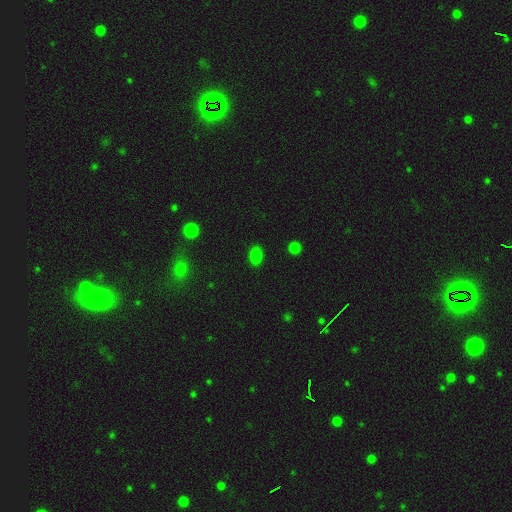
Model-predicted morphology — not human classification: This is clearly a smooth galaxy (82%). How rounded: clearly in between (80%). Merging: clearly none (87%).